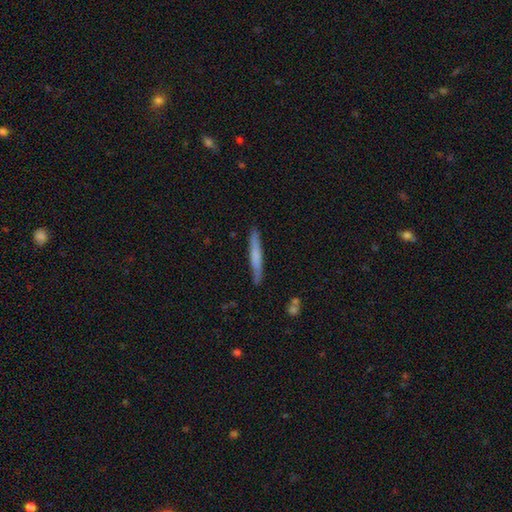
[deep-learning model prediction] A smooth galaxy with no disk features (60%) that is cigar-shaped (96%). Merging: none (87%).